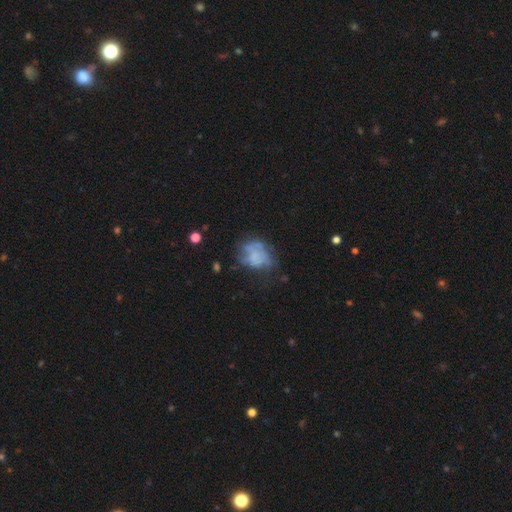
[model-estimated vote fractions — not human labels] A smooth galaxy with no disk features (47%).

Vote fractions:
- Smooth or featured? smooth: 47% / featured or disk: 41% / star or artifact: 12%
- Merging? none: 39% / minor disturbance: 28% / major disturbance: 28% / merger: 5%